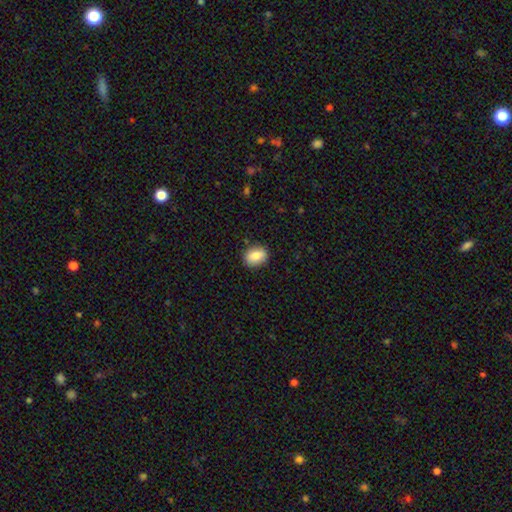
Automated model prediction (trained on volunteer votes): Q: Smooth or featured?
A: smooth (83%); runner-up: featured or disk (10%)
Q: How rounded?
A: in between (69%); runner-up: round (30%)
Q: Merging?
A: none (87%); runner-up: minor disturbance (10%)